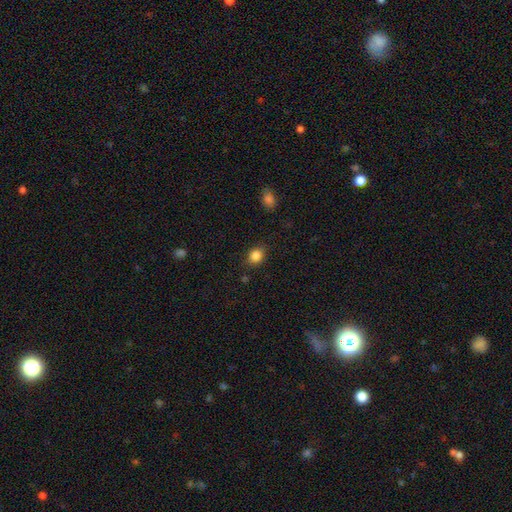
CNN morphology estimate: Smooth or featured? Predicted: smooth (p=0.85). How rounded? Predicted: in between (p=0.54). Merging? Predicted: none (p=0.83).